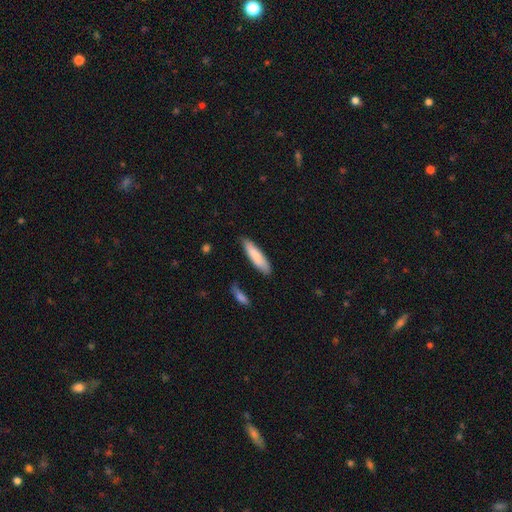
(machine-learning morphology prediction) smooth_or_featured: smooth (p=0.82) [alt: featured or disk p=0.13]
how_rounded: cigar-shaped (p=0.70) [alt: in between p=0.28]
merging: none (p=0.80) [alt: minor disturbance p=0.15]